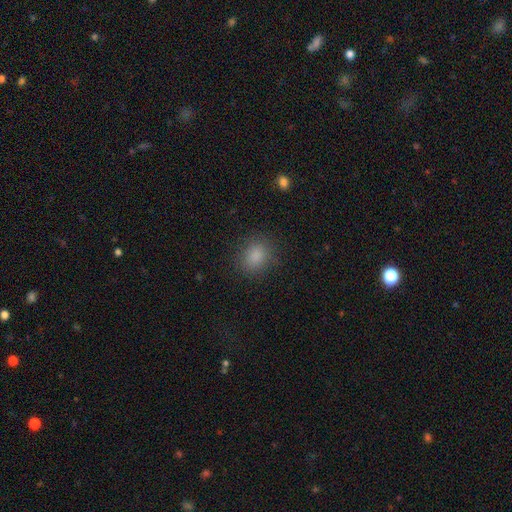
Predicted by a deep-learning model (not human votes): Overall: smooth (85%). How rounded: round (52%; in between 47%). Merging: none (85%).